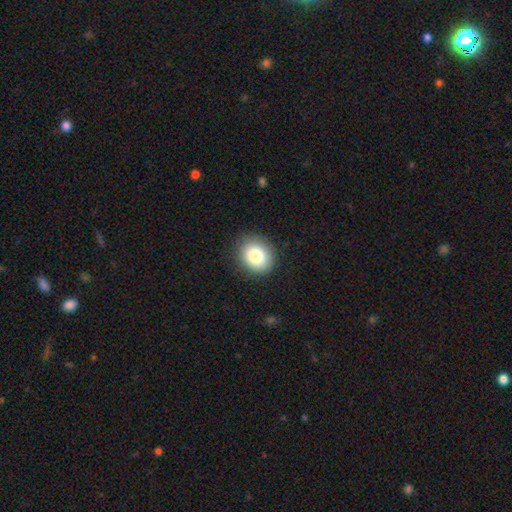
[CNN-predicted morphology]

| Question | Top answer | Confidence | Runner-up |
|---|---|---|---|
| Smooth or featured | smooth | 82% | star or artifact (9%) |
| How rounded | round | 68% | in between (32%) |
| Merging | none | 88% | minor disturbance (9%) |